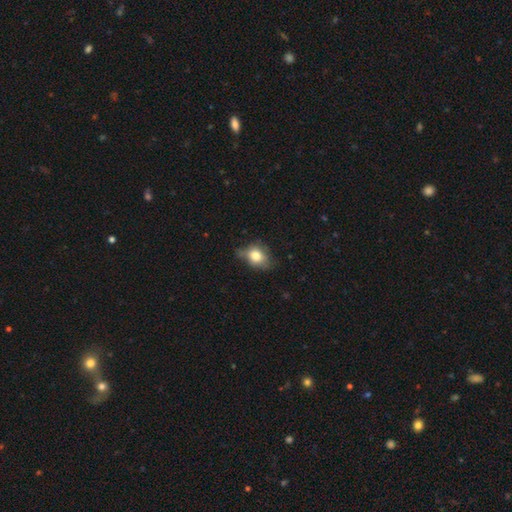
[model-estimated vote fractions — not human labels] Smooth or featured?
  - smooth: 74% *
  - featured or disk: 16%
  - star or artifact: 10%
How rounded?
  - in between: 57% *
  - round: 42%
  - cigar-shaped: 2%
Merging?
  - none: 49% *
  - minor disturbance: 35%
  - major disturbance: 12%
  - merger: 3%